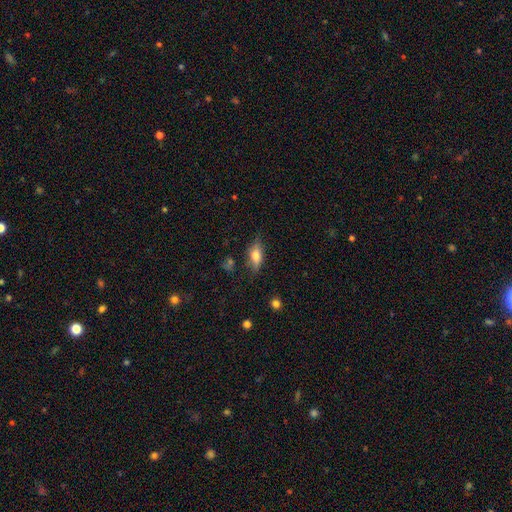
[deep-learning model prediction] smooth-or-featured: smooth: 62% | featured or disk: 30% | star or artifact: 8%
  how-rounded: in between: 73% | cigar-shaped: 22% | round: 5%
  merging: none: 69% | minor disturbance: 22% | major disturbance: 6% | merger: 3%